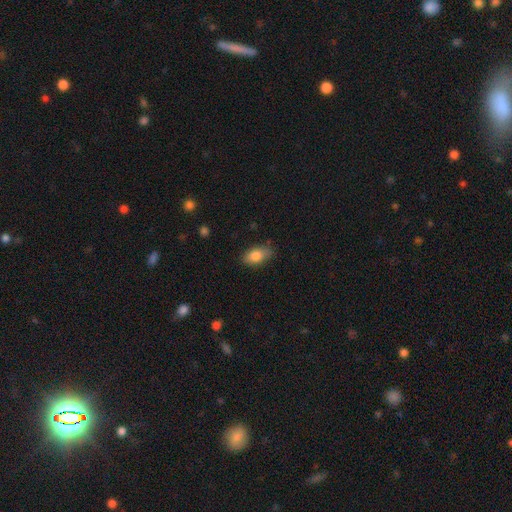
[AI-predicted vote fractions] Overall: smooth (83%). How rounded: in between (89%). Merging: none (77%).